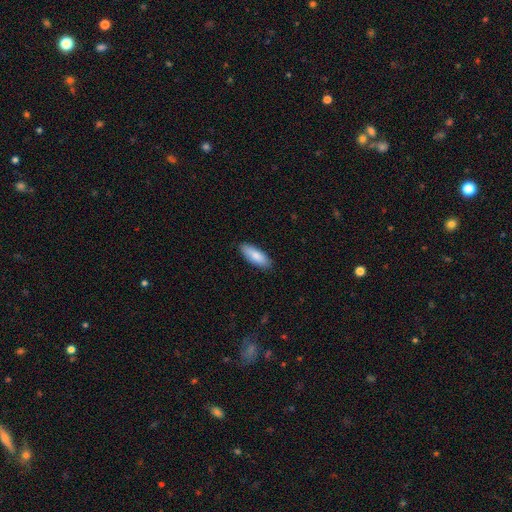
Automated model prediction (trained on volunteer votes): A smooth galaxy with no disk features (85%) that is in between round and cigar-shaped (66%).

Vote fractions:
- Smooth or featured? smooth: 85% / featured or disk: 10% / star or artifact: 5%
- How rounded? in between: 66% / cigar-shaped: 32% / round: 2%
- Merging? none: 88% / minor disturbance: 10% / major disturbance: 2% / merger: 1%